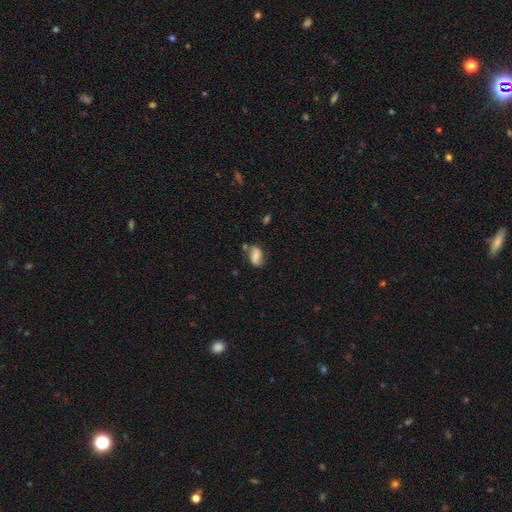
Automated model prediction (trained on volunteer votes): A smooth galaxy with no disk features (52%) that is in between round and cigar-shaped (83%). Merging: none (59%).